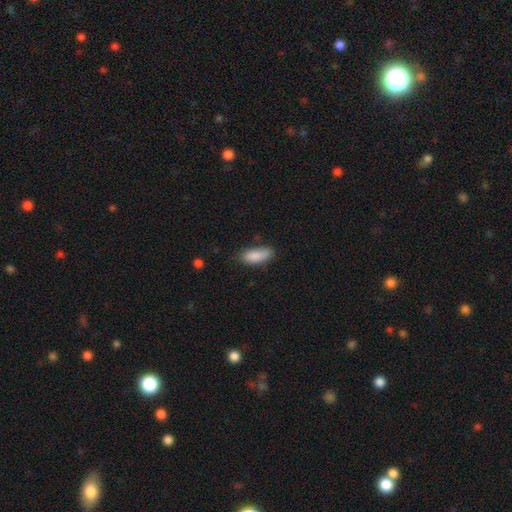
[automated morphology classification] Smooth or featured? Predicted: smooth (p=0.87). How rounded? Predicted: in between (p=0.79). Merging? Predicted: none (p=0.70).